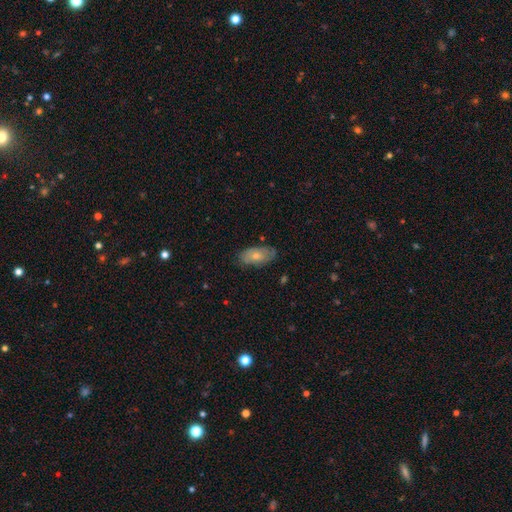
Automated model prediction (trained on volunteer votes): This appears to be a smooth galaxy with no disk features (65%) that is in between round and cigar-shaped (92%). Merging: none (74%).